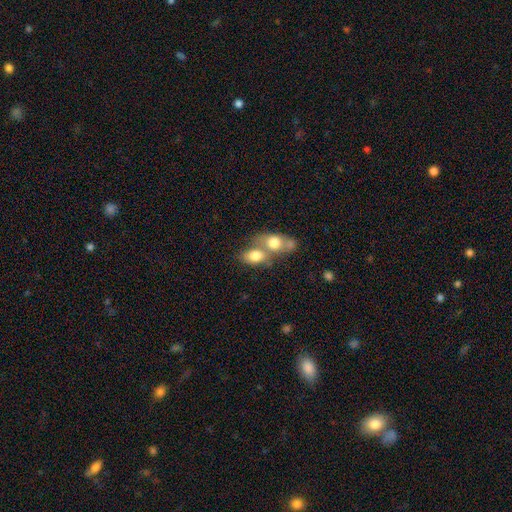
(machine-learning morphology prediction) Smooth or featured: smooth — 77% (featured or disk — 15%)
How rounded: in between — 77% (round — 21%)
Merging: merger — 64% (none — 24%)